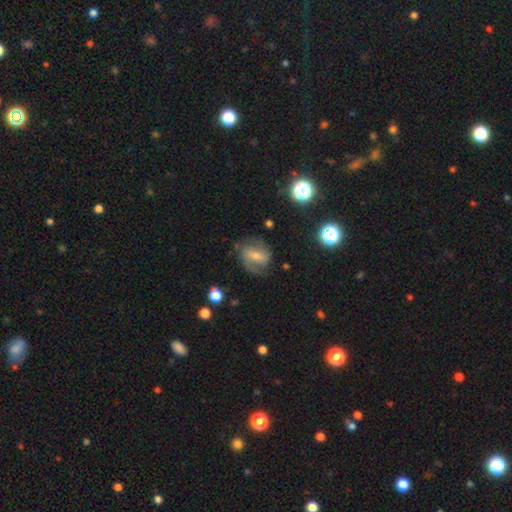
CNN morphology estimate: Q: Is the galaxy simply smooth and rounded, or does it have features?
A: featured or disk — 64%.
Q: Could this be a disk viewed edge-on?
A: no — 96%.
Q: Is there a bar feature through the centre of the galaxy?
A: weak — 43%.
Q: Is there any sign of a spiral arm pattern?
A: yes — 87%.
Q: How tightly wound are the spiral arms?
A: medium — 48%.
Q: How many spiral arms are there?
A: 2 — 80%.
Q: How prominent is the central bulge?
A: small — 46%.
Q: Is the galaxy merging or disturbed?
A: none — 68%.